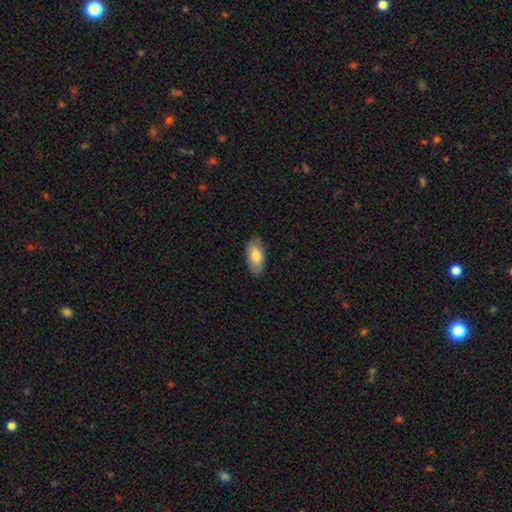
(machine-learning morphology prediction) Smooth or featured: smooth — 77% (featured or disk — 17%)
How rounded: in between — 93% (cigar-shaped — 4%)
Merging: none — 85% (minor disturbance — 12%)